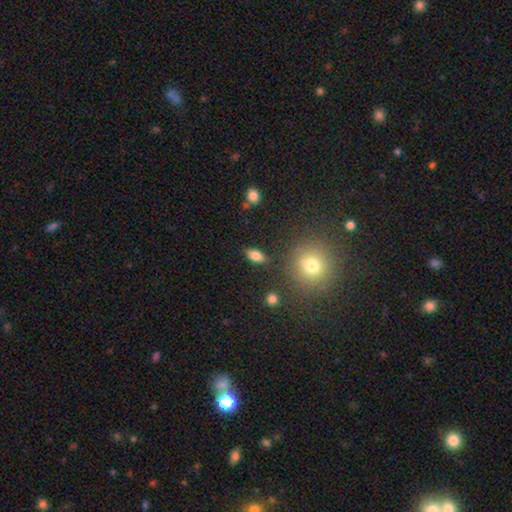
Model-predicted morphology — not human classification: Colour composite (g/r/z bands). It shows a smooth galaxy with no disk features (80%) that is in between round and cigar-shaped (87%). Merging: none (85%).